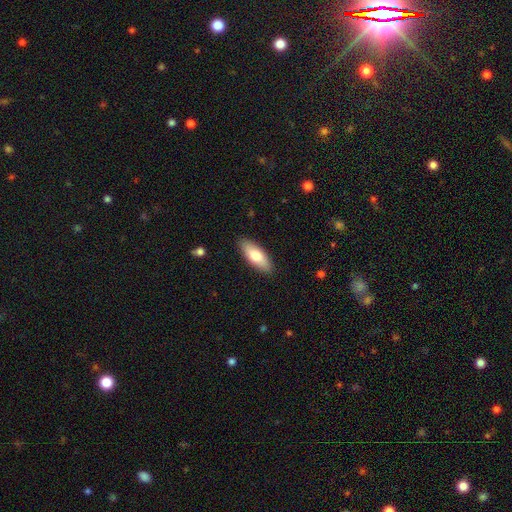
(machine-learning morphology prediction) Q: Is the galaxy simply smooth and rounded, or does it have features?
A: smooth — 74%.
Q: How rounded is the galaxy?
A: in between — 76%.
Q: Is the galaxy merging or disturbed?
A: none — 89%.